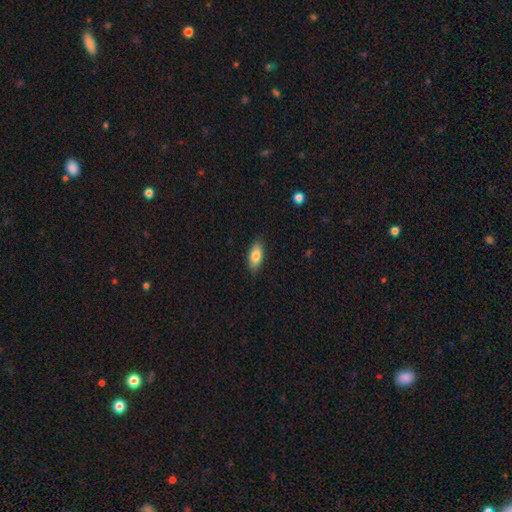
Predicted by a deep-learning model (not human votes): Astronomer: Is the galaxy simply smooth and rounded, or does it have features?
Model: smooth — 81%.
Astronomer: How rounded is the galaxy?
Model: in between — 85%.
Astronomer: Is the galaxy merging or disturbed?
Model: none — 86%.